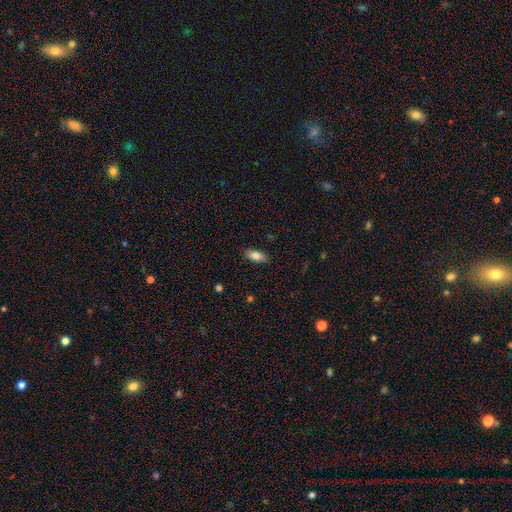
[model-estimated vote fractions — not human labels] Smooth or featured: smooth — 80% (featured or disk — 12%)
How rounded: in between — 85% (cigar-shaped — 12%)
Merging: none — 88% (minor disturbance — 9%)